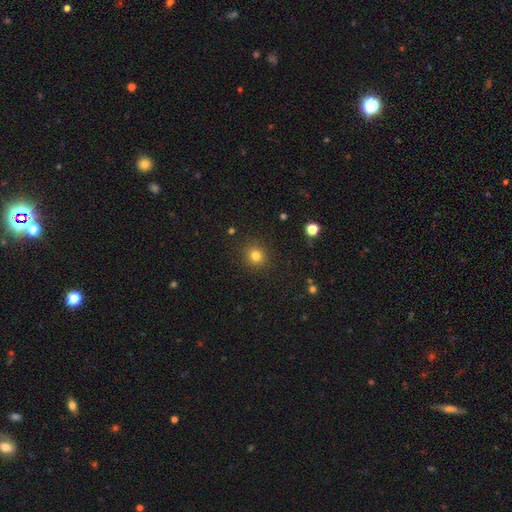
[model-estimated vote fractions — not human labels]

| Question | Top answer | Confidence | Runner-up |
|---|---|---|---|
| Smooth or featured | smooth | 80% | star or artifact (14%) |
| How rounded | round | 90% | in between (9%) |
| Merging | none | 90% | minor disturbance (6%) |